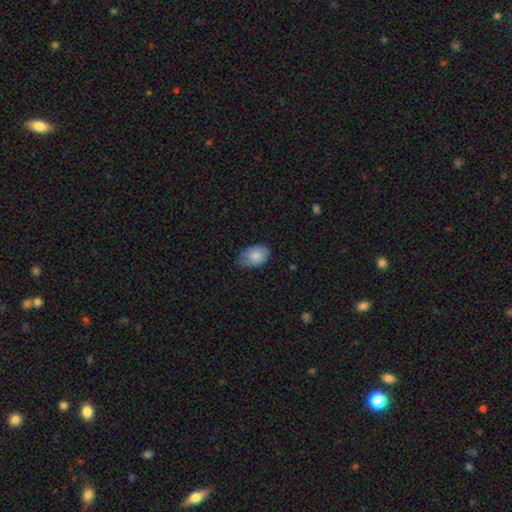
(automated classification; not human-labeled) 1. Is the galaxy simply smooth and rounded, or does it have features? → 83% smooth, 10% featured or disk, 6% star or artifact.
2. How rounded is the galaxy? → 88% in between, 11% round, 1% cigar-shaped.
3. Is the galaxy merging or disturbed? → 65% none, 29% minor disturbance, 4% major disturbance, 1% merger.